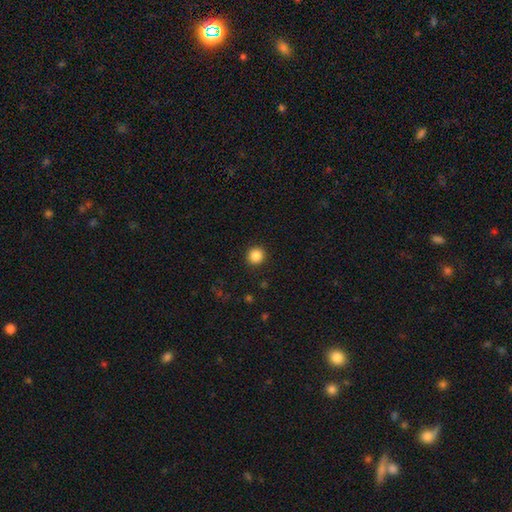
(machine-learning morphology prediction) Q: Smooth or featured?
A: smooth (86%); runner-up: star or artifact (10%)
Q: How rounded?
A: round (94%); runner-up: in between (5%)
Q: Merging?
A: none (92%); runner-up: minor disturbance (5%)